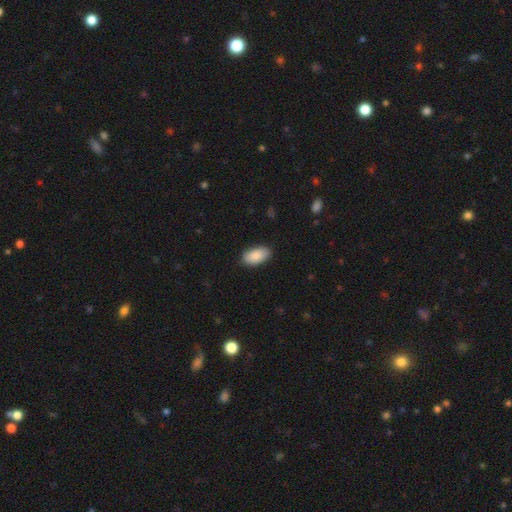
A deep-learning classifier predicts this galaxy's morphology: smooth-or-featured: smooth: 90% | star or artifact: 6% | featured or disk: 4%
  how-rounded: in between: 95% | cigar-shaped: 3% | round: 3%
  merging: none: 88% | minor disturbance: 9% | major disturbance: 2% | merger: 1%